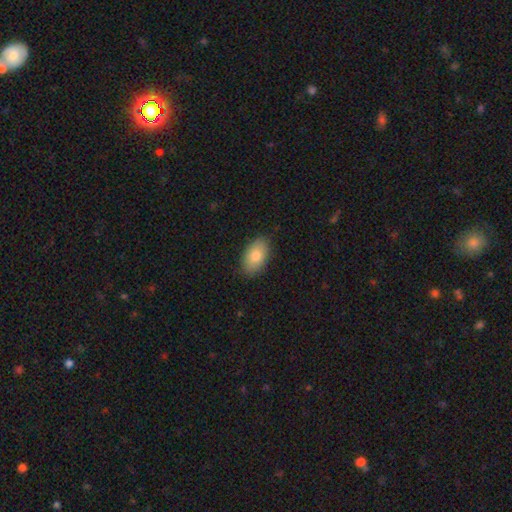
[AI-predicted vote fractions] smooth-or-featured: smooth: 81% | featured or disk: 13% | star or artifact: 7%
  how-rounded: in between: 92% | round: 6% | cigar-shaped: 2%
  merging: none: 85% | minor disturbance: 12% | major disturbance: 2% | merger: 1%